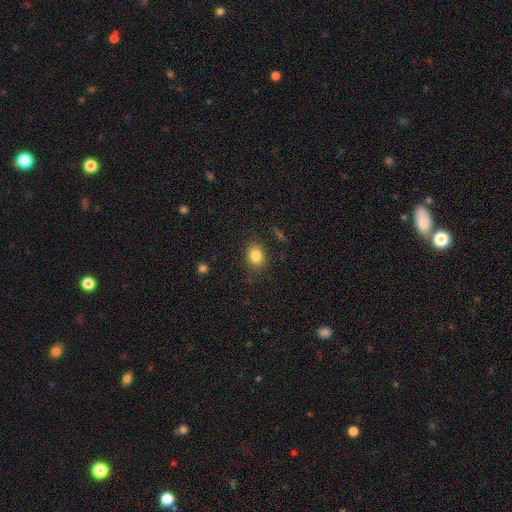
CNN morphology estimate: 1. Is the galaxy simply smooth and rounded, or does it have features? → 83% smooth, 10% star or artifact, 7% featured or disk.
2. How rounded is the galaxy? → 50% in between, 49% round, 1% cigar-shaped.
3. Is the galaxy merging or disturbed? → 83% none, 12% minor disturbance, 3% major disturbance, 1% merger.